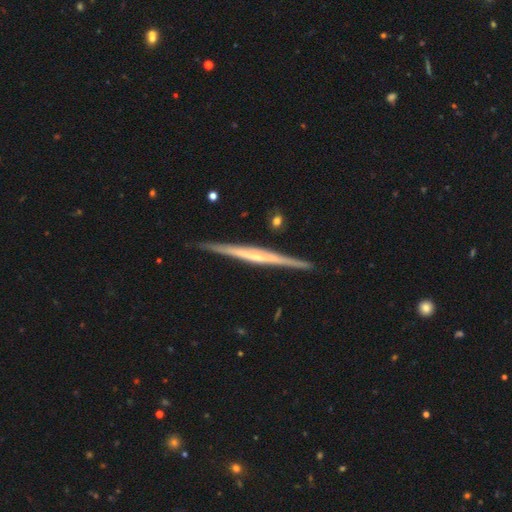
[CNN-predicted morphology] type=featured or disk (78%); edge-on=yes (98%); edge-on bulge=none (48%); merging=none (90%).